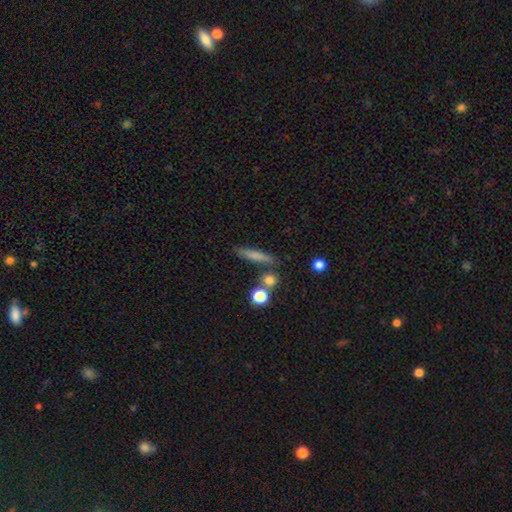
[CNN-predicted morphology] This is likely a smooth galaxy (73%). How rounded: clearly cigar-shaped (84%). Merging: likely none (76%).